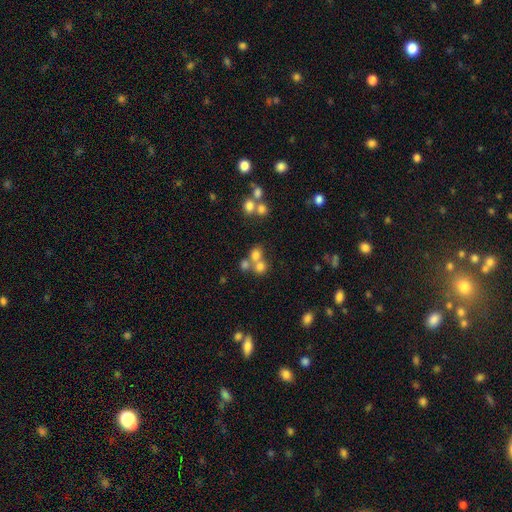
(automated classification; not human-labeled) smooth-or-featured: smooth: 66% | star or artifact: 18% | featured or disk: 17%
  how-rounded: round: 80% | in between: 19% | cigar-shaped: 1%
  merging: none: 44% (tied) | merger: 44% (tied) | minor disturbance: 7% | major disturbance: 4%